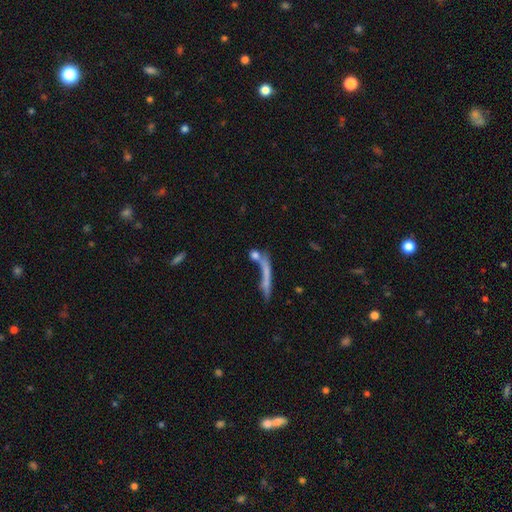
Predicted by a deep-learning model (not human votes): smooth-or-featured: smooth: 47% | featured or disk: 35% | star or artifact: 17%
  merging: none: 51% | merger: 28% | minor disturbance: 12% | major disturbance: 10%